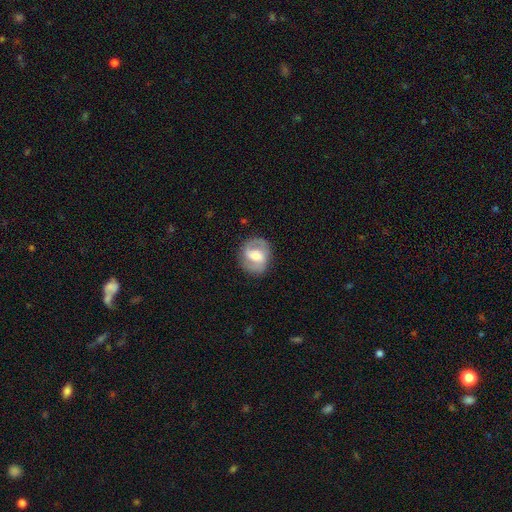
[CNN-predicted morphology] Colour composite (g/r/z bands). It shows a featured or disk galaxy (70%) with a weak bar (46%), 2 (87%) medium (50%) spiral arms (83%) and a moderate central bulge (60%). Merging: none (81%).